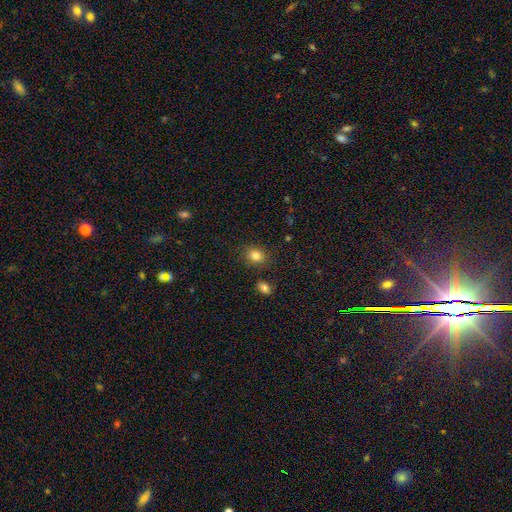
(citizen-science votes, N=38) Q: Smooth or featured?
A: smooth (89%); runner-up: featured or disk (8%)
Q: How rounded?
A: round (50%); tied with: in between (50%)
Q: Merging?
A: none (81%); runner-up: minor disturbance (16%)